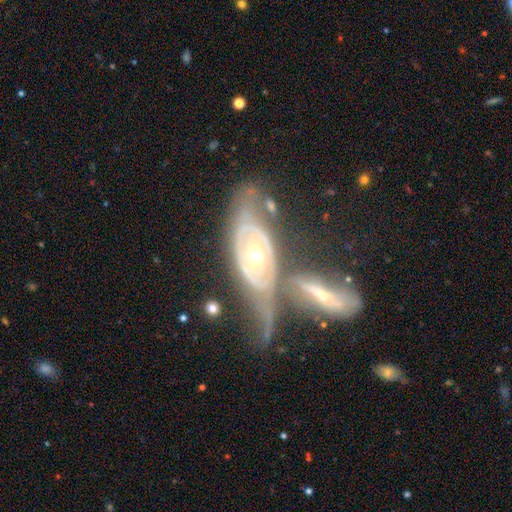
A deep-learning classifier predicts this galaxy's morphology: This is clearly a featured or disk galaxy (81%). It is clearly not viewed edge-on (86%). Bar: likely no (79%). Spiral arm pattern: likely yes (61%). Central bulge: likely moderate (62%). Merging: marginally none (33%).